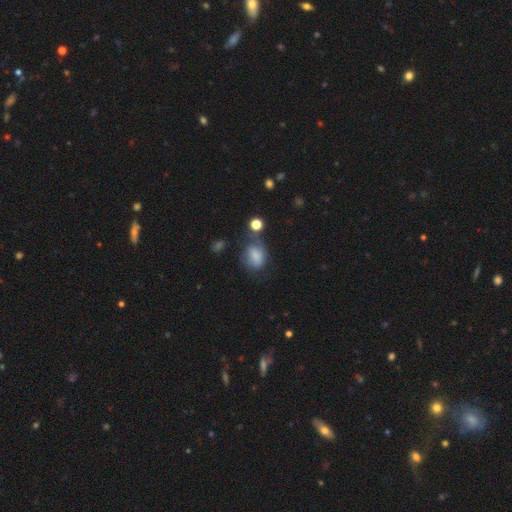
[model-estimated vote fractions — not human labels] smooth 72%, featured or disk 17%, star or artifact 11%. Down the decision tree: how rounded — in between (65%); merging — none (40%).